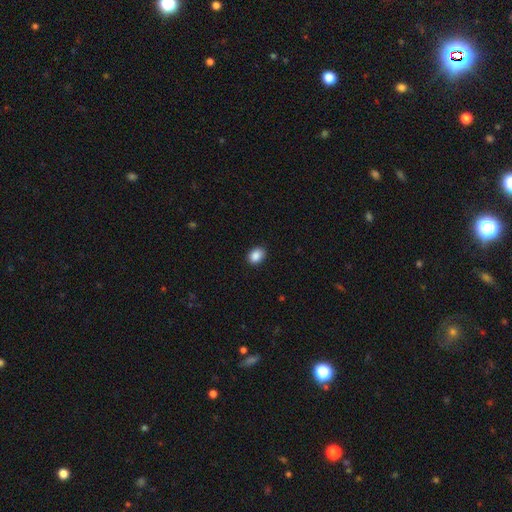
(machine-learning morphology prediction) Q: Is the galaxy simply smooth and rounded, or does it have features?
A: smooth — 88%.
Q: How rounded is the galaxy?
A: in between — 64%.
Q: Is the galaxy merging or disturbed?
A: none — 90%.